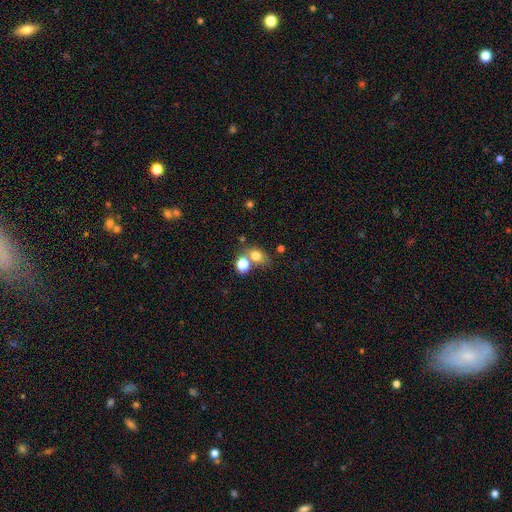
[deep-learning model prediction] Morphology: type=smooth (74%); roundness=in between (57%); merging=none (54%).